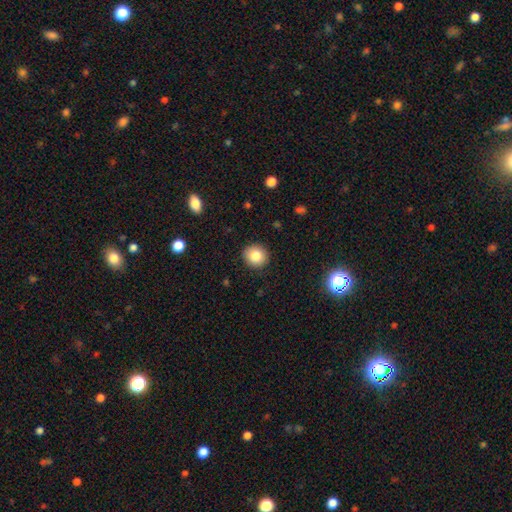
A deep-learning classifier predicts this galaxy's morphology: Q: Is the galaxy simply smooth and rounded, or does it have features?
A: smooth — 83%.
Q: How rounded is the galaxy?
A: round — 89%.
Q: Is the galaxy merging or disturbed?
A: none — 91%.